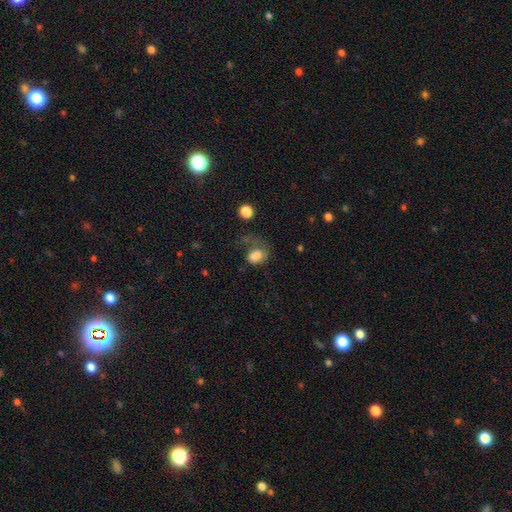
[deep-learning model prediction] The model was most divided on "merging": major disturbance: 41%, none: 31%, minor disturbance: 23%, merger: 6%. More confident: smooth or featured — smooth (76%); how rounded — in between (73%).